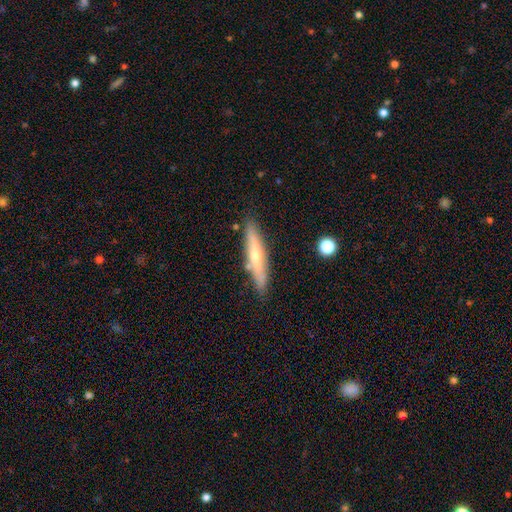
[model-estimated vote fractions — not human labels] A featured or disk galaxy (51%) viewed edge-on (90%).

Vote fractions:
- Smooth or featured? featured or disk: 51% / smooth: 43% / star or artifact: 6%
- Edge-on disk? yes: 90% / no: 10%
- Merging? none: 82% / minor disturbance: 12% / merger: 4% / major disturbance: 2%